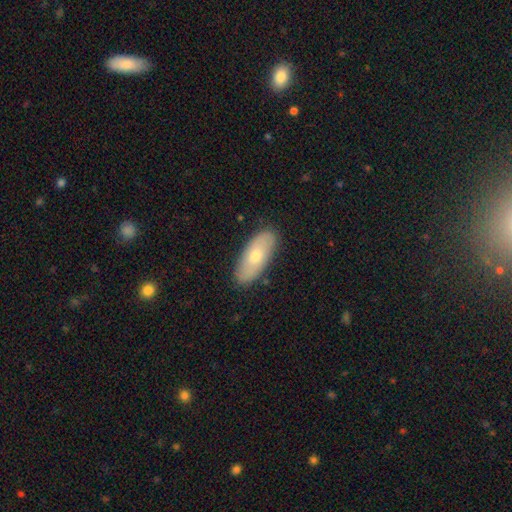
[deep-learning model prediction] Smooth or featured: smooth — 64% (featured or disk — 30%)
How rounded: in between — 83% (cigar-shaped — 15%)
Merging: none — 87% (minor disturbance — 10%)